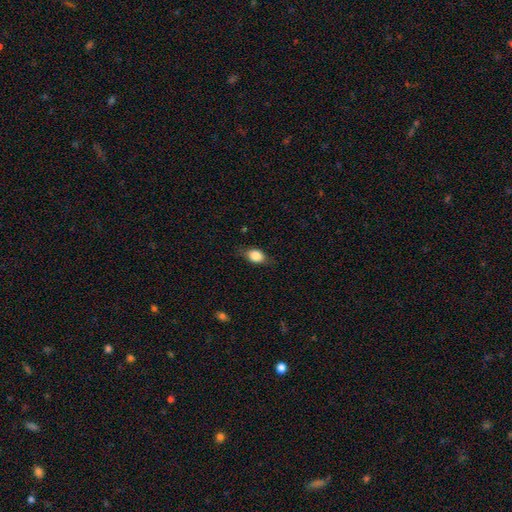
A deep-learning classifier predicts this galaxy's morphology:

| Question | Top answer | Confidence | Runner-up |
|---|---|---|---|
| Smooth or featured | smooth | 82% | featured or disk (10%) |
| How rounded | in between | 72% | round (25%) |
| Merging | none | 76% | minor disturbance (19%) |